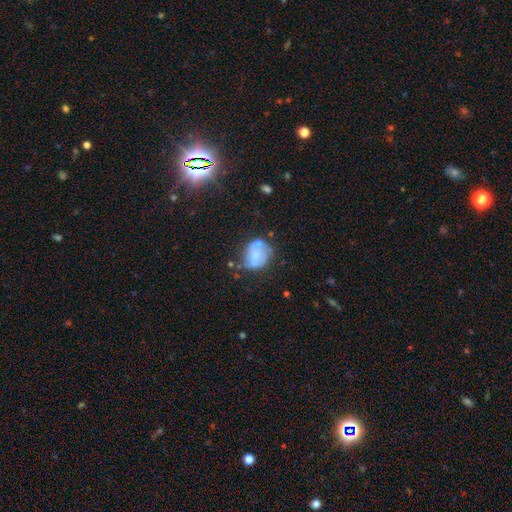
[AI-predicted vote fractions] Smooth or featured? smooth (46%)
Merging? none (39%)